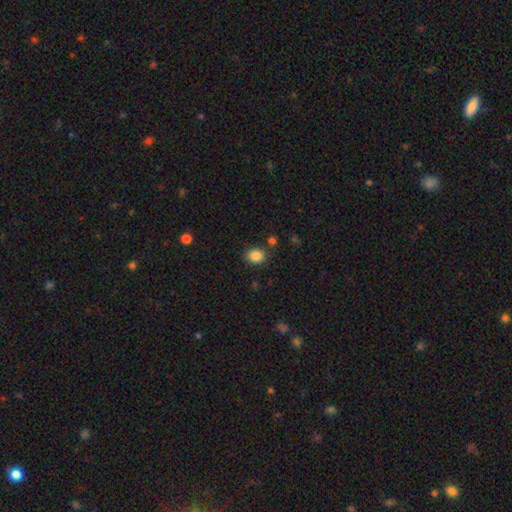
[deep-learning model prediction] A smooth galaxy with no disk features (86%) that is in between round and cigar-shaped (51%). Merging: none (83%).